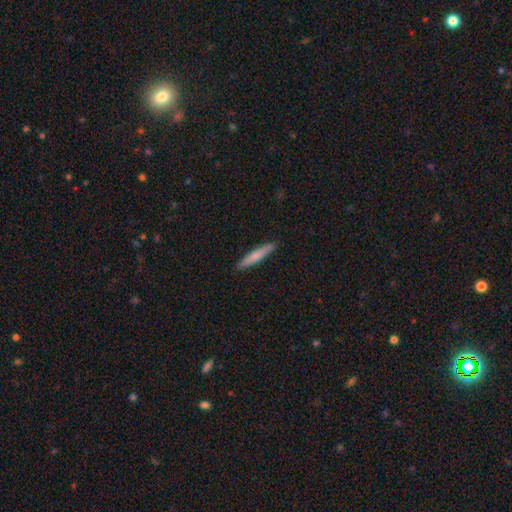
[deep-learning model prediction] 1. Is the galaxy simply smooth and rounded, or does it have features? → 75% smooth, 20% featured or disk, 5% star or artifact.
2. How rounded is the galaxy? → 93% cigar-shaped, 6% in between, 1% round.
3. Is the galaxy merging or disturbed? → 91% none, 6% minor disturbance, 1% major disturbance, 1% merger.